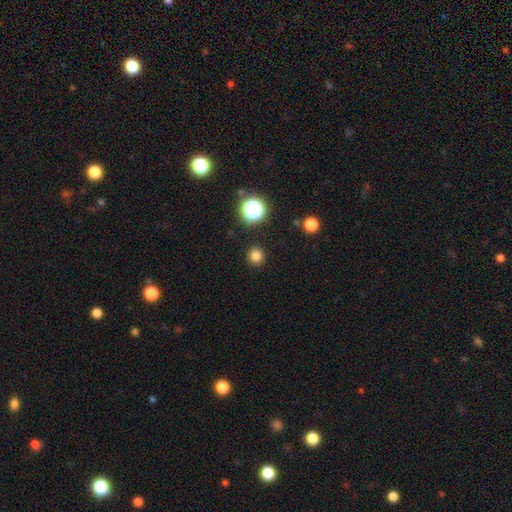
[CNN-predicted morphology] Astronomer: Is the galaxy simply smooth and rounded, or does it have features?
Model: smooth — 80%.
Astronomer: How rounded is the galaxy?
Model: round — 92%.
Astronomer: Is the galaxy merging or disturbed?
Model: none — 91%.